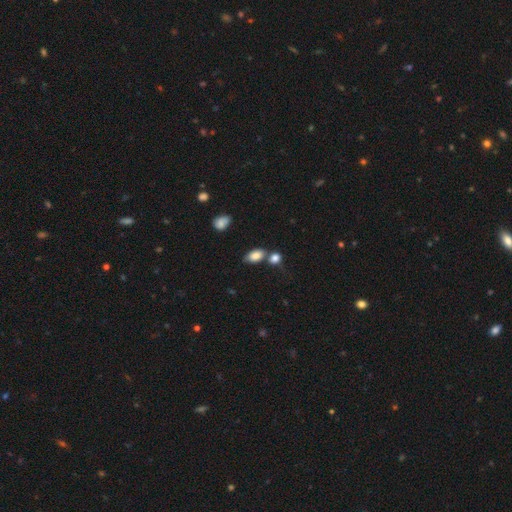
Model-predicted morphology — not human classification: smooth-or-featured: smooth: 84% | star or artifact: 9% | featured or disk: 8%
  how-rounded: in between: 88% | round: 10% | cigar-shaped: 2%
  merging: none: 51% | merger: 28% | minor disturbance: 16% | major disturbance: 5%